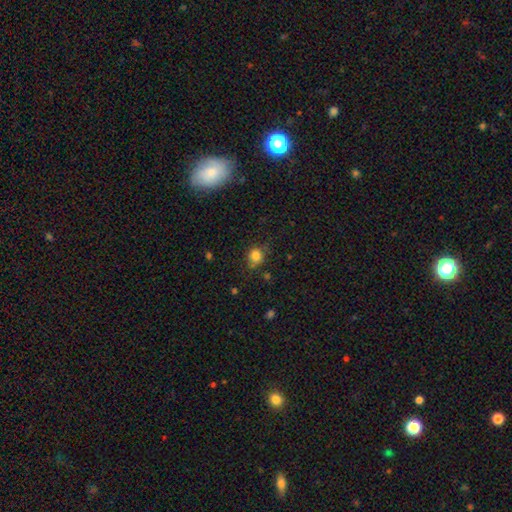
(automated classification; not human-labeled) A smooth galaxy with no disk features (81%) that is round (83%). Merging: none (74%).